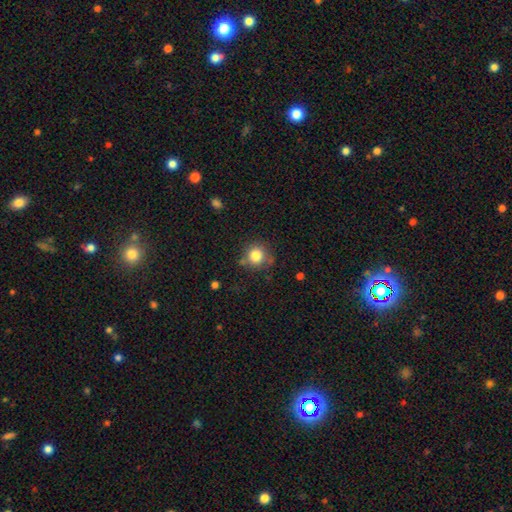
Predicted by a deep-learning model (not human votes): smooth 82%, star or artifact 11%, featured or disk 7%. Down the decision tree: how rounded — round (91%); merging — none (77%).